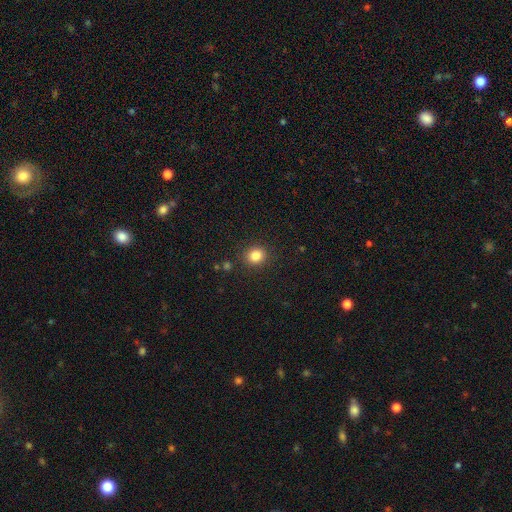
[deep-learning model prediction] Q: Smooth or featured?
A: smooth (83%); runner-up: star or artifact (12%)
Q: How rounded?
A: round (81%); runner-up: in between (18%)
Q: Merging?
A: none (89%); runner-up: minor disturbance (7%)